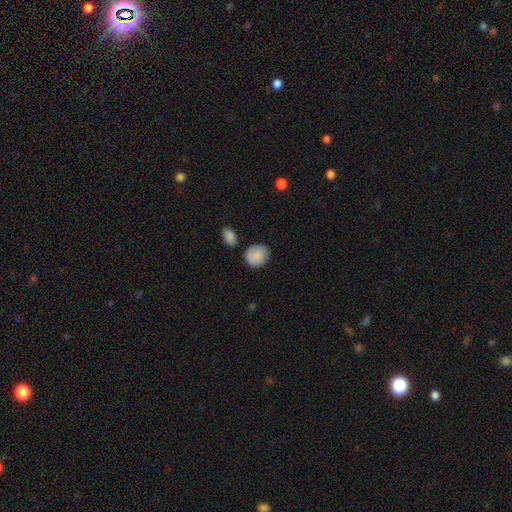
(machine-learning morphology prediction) type=smooth (86%); roundness=round (78%); merging=none (78%).